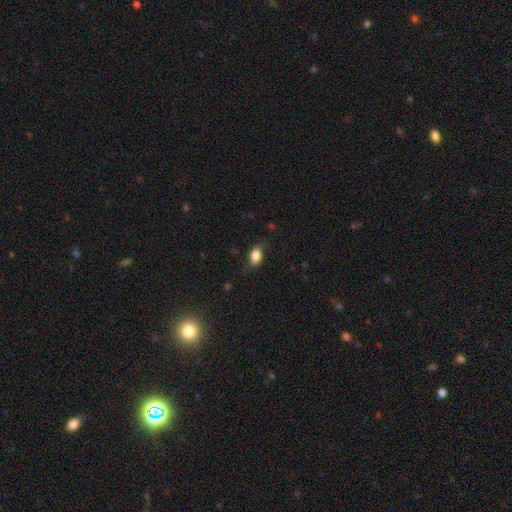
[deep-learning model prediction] smooth 83%, featured or disk 9%, star or artifact 8%. Down the decision tree: how rounded — in between (86%); merging — none (72%).